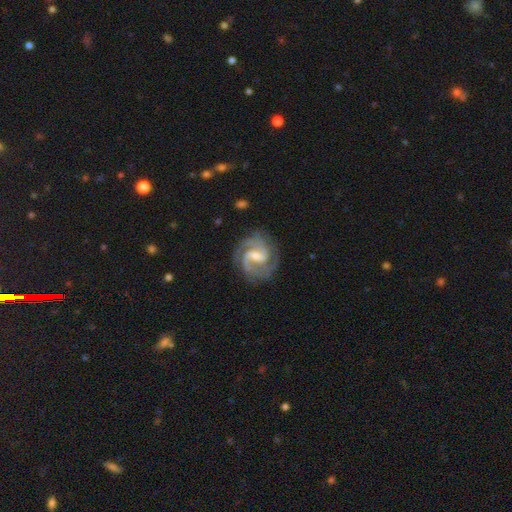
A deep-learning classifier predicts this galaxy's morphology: type=featured or disk (91%); edge-on=no (98%); bar=weak (58%); spiral arms=yes (98%); winding=medium (54%); arm count=2 (65%); bulge=small (52%); merging=none (77%).